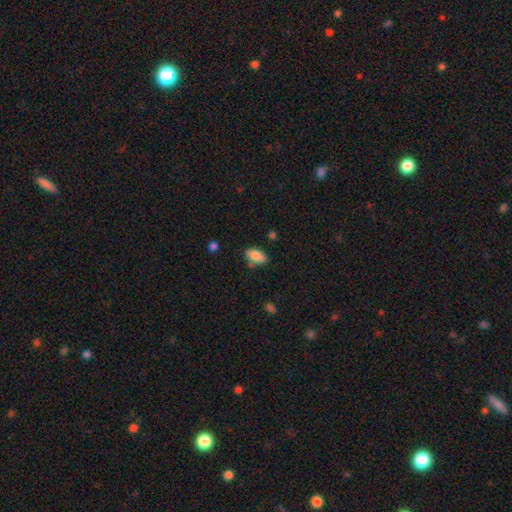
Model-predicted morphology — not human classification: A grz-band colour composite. It shows a smooth galaxy with no disk features (83%) that is in between round and cigar-shaped (91%). Merging: none (73%).